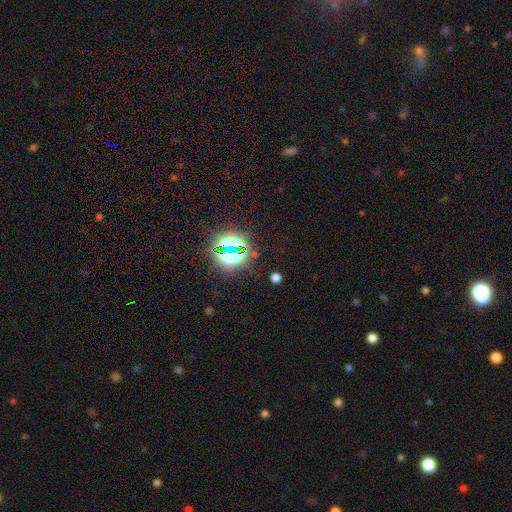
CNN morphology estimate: A star or artifact, not a galaxy (80%).

Vote fractions:
- Smooth or featured? star or artifact: 80% / smooth: 13% / featured or disk: 7%